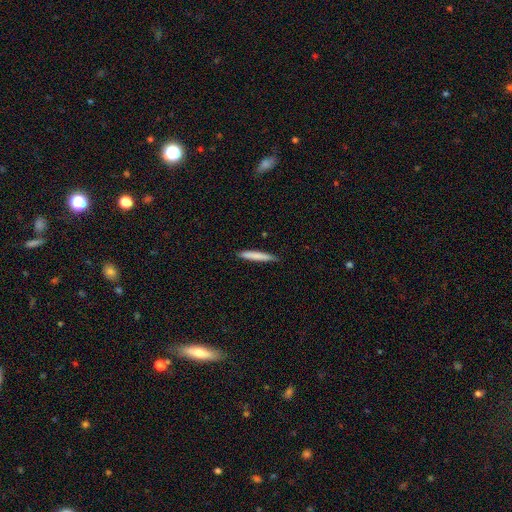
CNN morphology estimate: smooth-or-featured: smooth: 77% | featured or disk: 17% | star or artifact: 6%
  how-rounded: cigar-shaped: 95% | in between: 4% | round: 1%
  merging: none: 86% | minor disturbance: 11% | major disturbance: 2% | merger: 1%